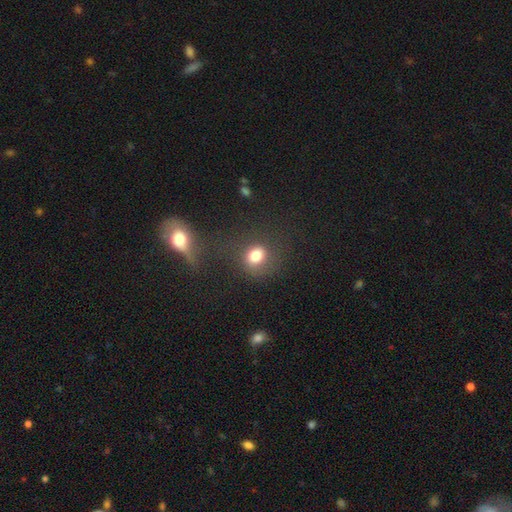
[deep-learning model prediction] smooth 78%, star or artifact 13%, featured or disk 9%. Down the decision tree: how rounded — round (70%); merging — none (69%).